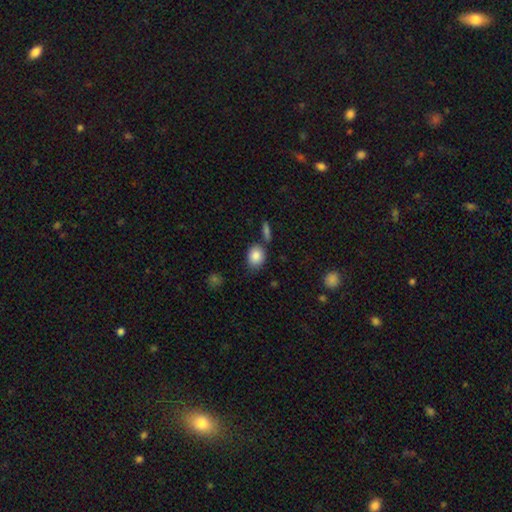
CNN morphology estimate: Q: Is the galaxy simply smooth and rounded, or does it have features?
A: smooth — 86%.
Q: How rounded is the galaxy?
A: in between — 55%.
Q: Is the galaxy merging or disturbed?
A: none — 68%.